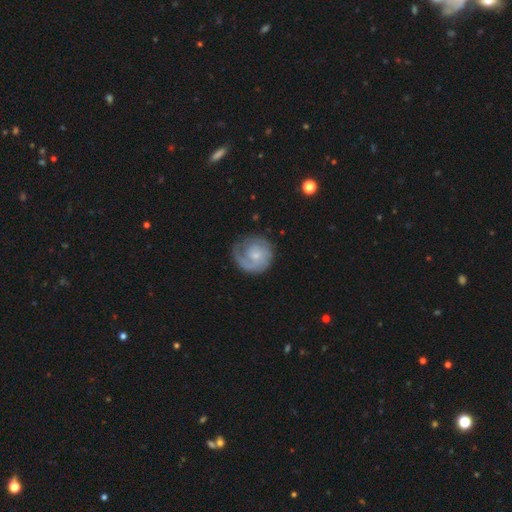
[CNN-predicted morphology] smooth_or_featured: featured or disk (p=0.69) [alt: smooth p=0.25]
disk_edge_on: no (p=0.98) [alt: yes p=0.02]
bar: no (p=0.72) [alt: weak p=0.24]
has_spiral_arms: yes (p=0.90) [alt: no p=0.10]
spiral_winding: tight (p=0.55) [alt: medium p=0.31]
spiral_arm_count: 2 (p=0.30) [alt: 1 p=0.29]
bulge_size: small (p=0.71) [alt: moderate p=0.21]
merging: none (p=0.68) [alt: minor disturbance p=0.19]